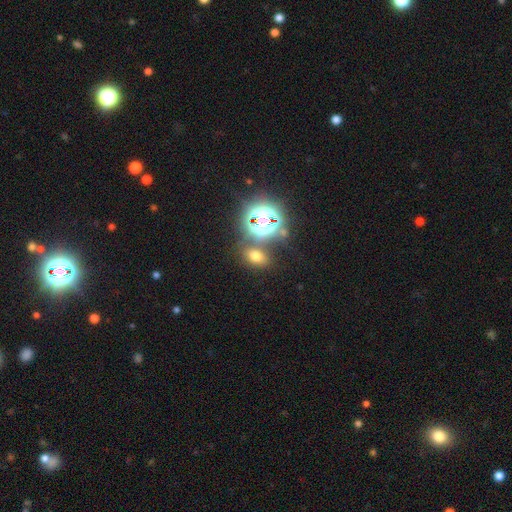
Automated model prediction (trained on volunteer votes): Smooth or featured: smooth — 56% (star or artifact — 35%)
How rounded: in between — 70% (round — 28%)
Merging: none — 73% (merger — 12%)